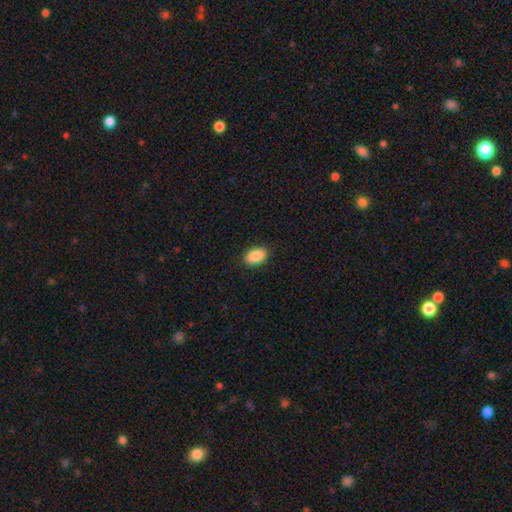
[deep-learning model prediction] Smooth or featured?
  - smooth: 90% *
  - star or artifact: 7%
  - featured or disk: 3%
How rounded?
  - in between: 89% *
  - round: 10%
  - cigar-shaped: 1%
Merging?
  - none: 89% *
  - minor disturbance: 8%
  - major disturbance: 2%
  - merger: 1%